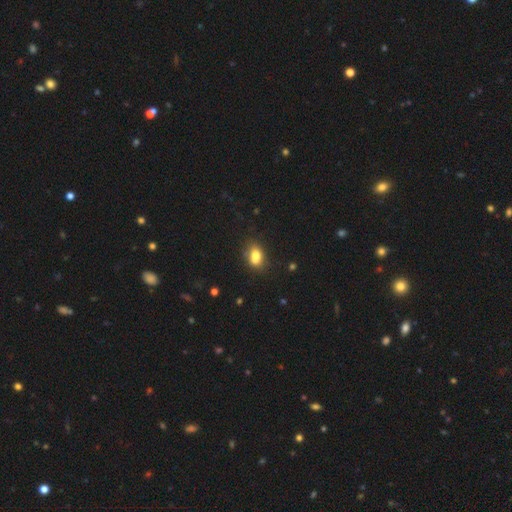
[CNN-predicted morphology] Smooth or featured: smooth — 77% (featured or disk — 13%)
How rounded: in between — 74% (round — 24%)
Merging: none — 62% (minor disturbance — 20%)